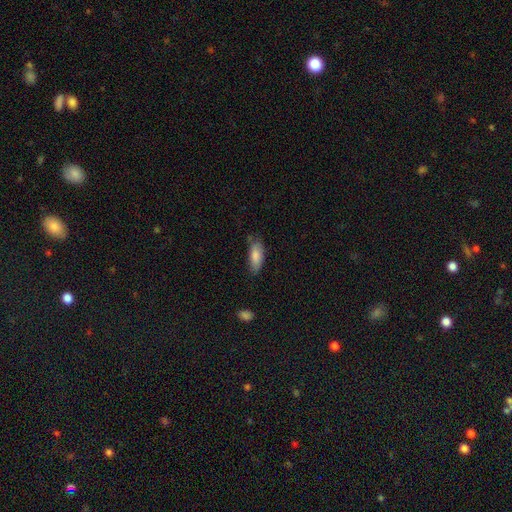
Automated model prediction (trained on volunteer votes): Smooth or featured?
  - smooth: 84% *
  - featured or disk: 10%
  - star or artifact: 6%
How rounded?
  - in between: 79% *
  - cigar-shaped: 19%
  - round: 2%
Merging?
  - none: 68% *
  - minor disturbance: 25%
  - major disturbance: 5%
  - merger: 2%